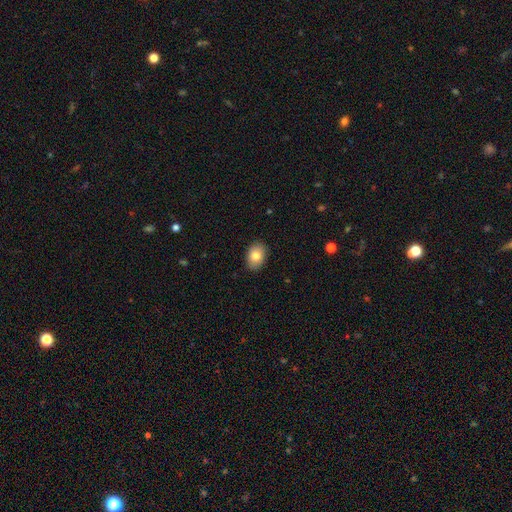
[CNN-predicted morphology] Overall: smooth (82%). How rounded: in between (82%). Merging: none (88%).